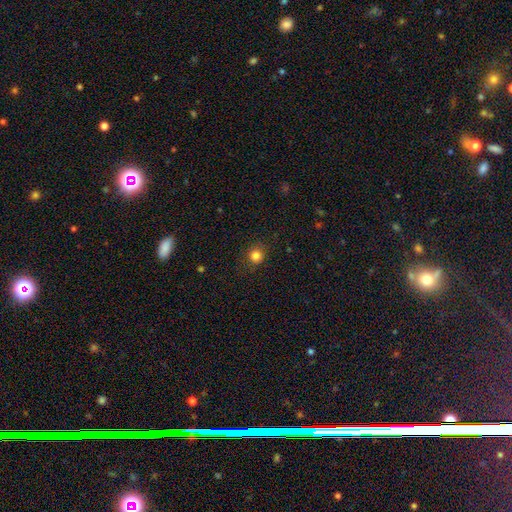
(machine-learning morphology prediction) Smooth or featured? Predicted: smooth (p=0.82). How rounded? Predicted: round (p=0.88). Merging? Predicted: none (p=0.87).